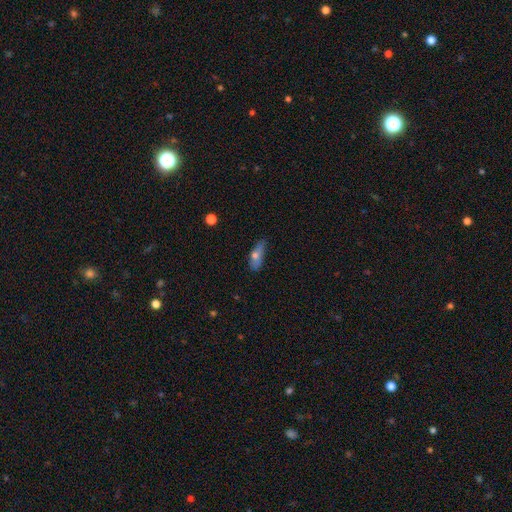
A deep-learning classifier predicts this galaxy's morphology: smooth 68%, featured or disk 24%, star or artifact 8%. Down the decision tree: how rounded — in between (67%); merging — none (43%).